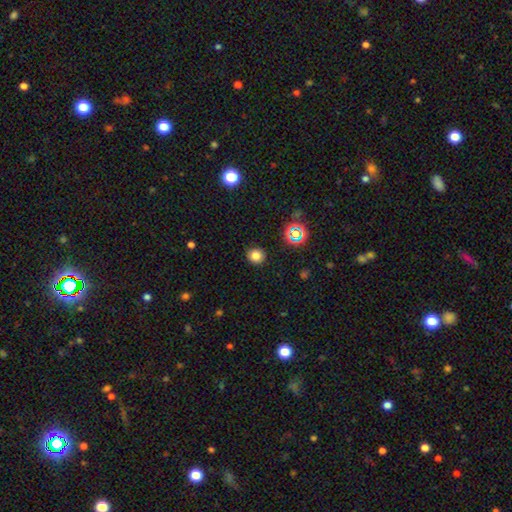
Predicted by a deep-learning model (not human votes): Smooth or featured? Predicted: smooth (p=0.78). How rounded? Predicted: round (p=0.86). Merging? Predicted: none (p=0.90).